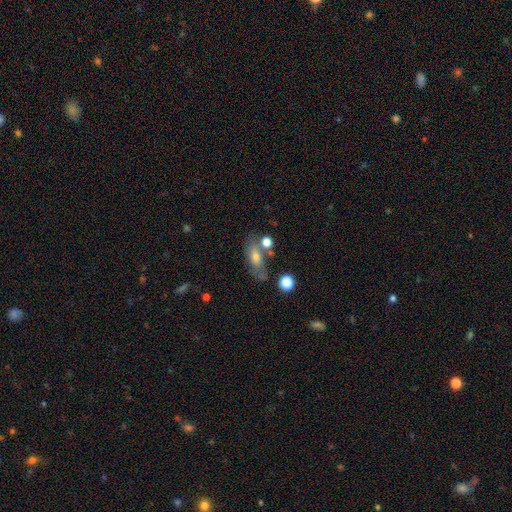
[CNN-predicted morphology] The model was most divided on "smooth or featured": smooth: 44%, featured or disk: 42%, star or artifact: 14%. More confident: merging — none (61%).